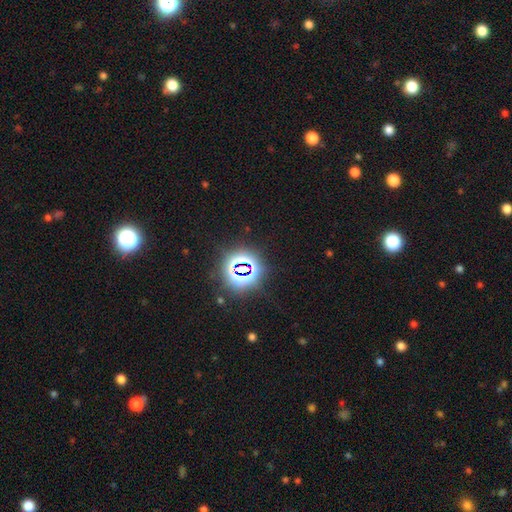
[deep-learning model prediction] A star or artifact, not a galaxy (82%).

Vote fractions:
- Smooth or featured? star or artifact: 82% / smooth: 12% / featured or disk: 7%